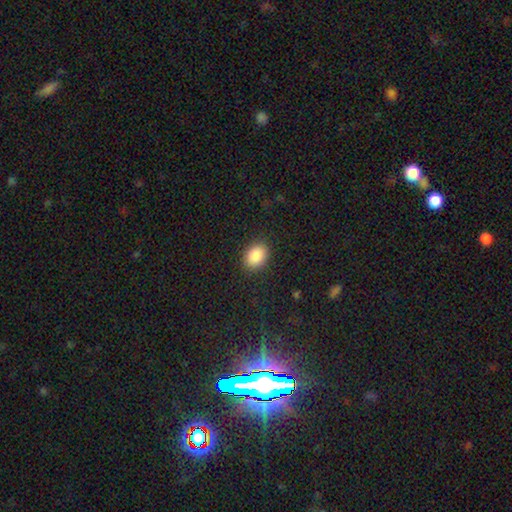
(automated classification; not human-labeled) smooth-or-featured: smooth: 88% | star or artifact: 8% | featured or disk: 4%
  how-rounded: in between: 74% | round: 25% | cigar-shaped: 1%
  merging: none: 88% | minor disturbance: 8% | major disturbance: 3% | merger: 1%